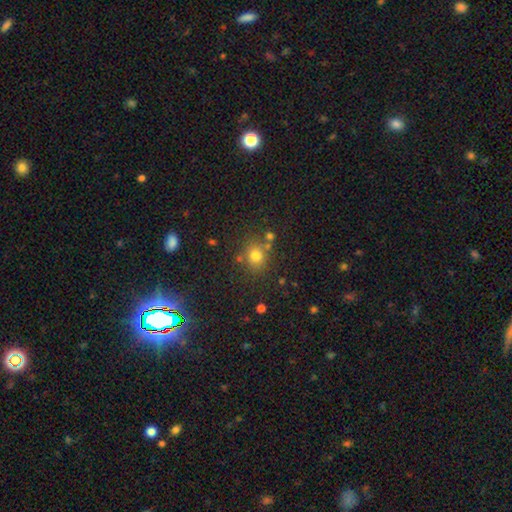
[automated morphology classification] This is likely a smooth galaxy (74%). How rounded: likely round (78%). Merging: likely none (74%).